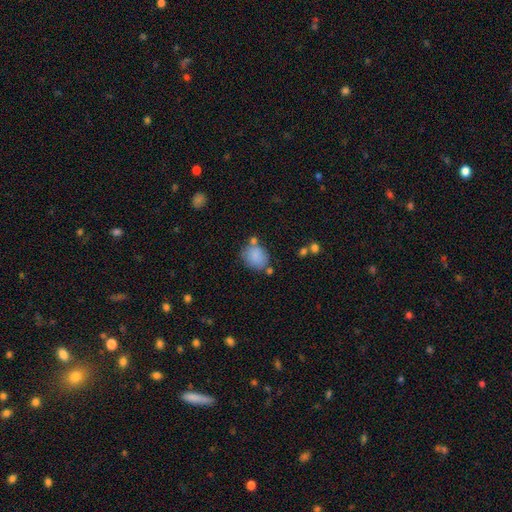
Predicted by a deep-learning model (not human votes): This appears to be a smooth galaxy with no disk features (84%) that is round (58%). Merging: none (61%).